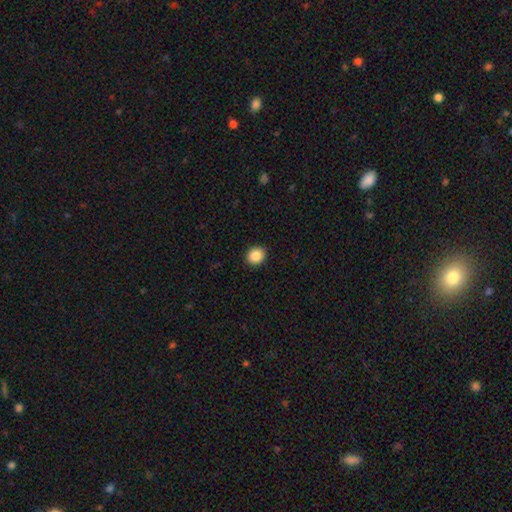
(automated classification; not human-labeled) Smooth or featured?
  - smooth: 87% *
  - star or artifact: 9%
  - featured or disk: 4%
How rounded?
  - round: 75% *
  - in between: 24%
  - cigar-shaped: 1%
Merging?
  - none: 92% *
  - minor disturbance: 5%
  - major disturbance: 2%
  - merger: 1%